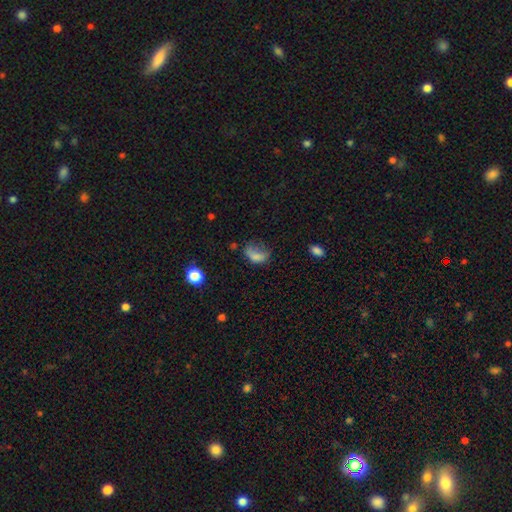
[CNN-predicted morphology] A smooth galaxy with no disk features (66%) that is in between round and cigar-shaped (80%).

Vote fractions:
- Smooth or featured? smooth: 66% / featured or disk: 19% / star or artifact: 15%
- How rounded? in between: 80% / round: 17% / cigar-shaped: 3%
- Merging? major disturbance: 40% / minor disturbance: 27% / none: 27% / merger: 5%